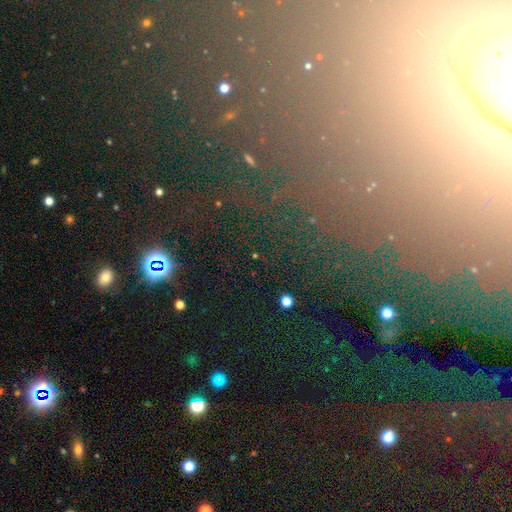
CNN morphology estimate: The model was most divided on "smooth or featured": star or artifact: 70%, smooth: 18%, featured or disk: 12%.